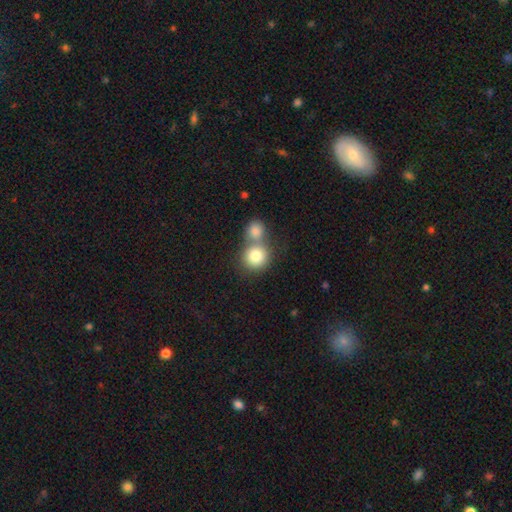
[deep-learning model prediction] Q: Smooth or featured?
A: smooth (81%); runner-up: featured or disk (10%)
Q: How rounded?
A: round (87%); runner-up: in between (12%)
Q: Merging?
A: merger (53%); runner-up: none (38%)